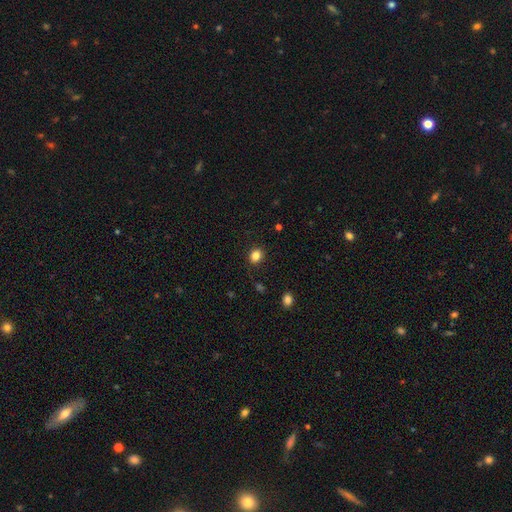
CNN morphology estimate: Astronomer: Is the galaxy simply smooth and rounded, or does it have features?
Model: smooth — 83%.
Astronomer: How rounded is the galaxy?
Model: round — 68%.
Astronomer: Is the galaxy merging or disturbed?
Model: none — 88%.